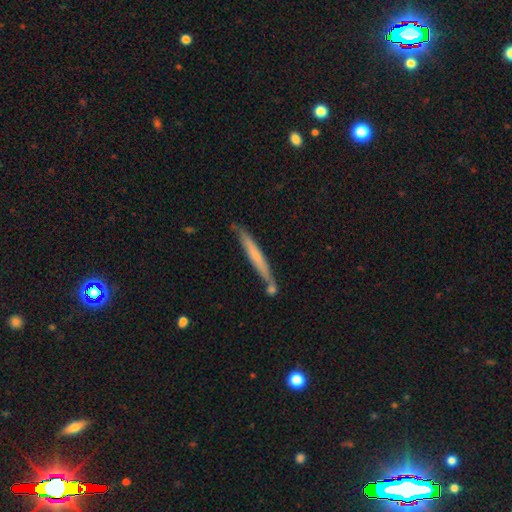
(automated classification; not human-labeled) This appears to be a smooth galaxy with no disk features (53%) that is cigar-shaped (96%). Merging: none (72%).